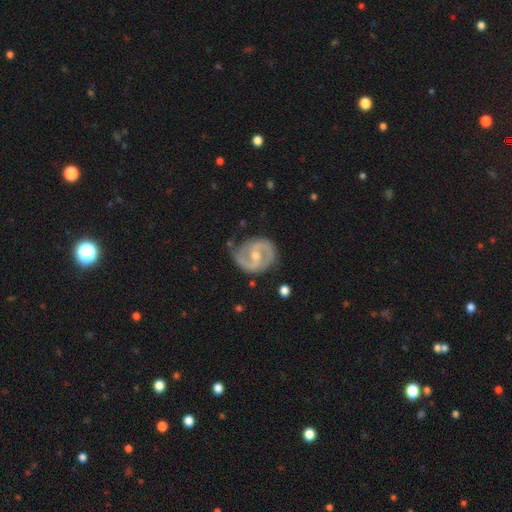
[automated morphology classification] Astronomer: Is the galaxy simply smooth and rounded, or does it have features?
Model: featured or disk — 89%.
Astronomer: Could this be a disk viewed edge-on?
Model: no — 98%.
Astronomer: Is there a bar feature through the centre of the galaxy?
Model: weak — 51% (runner-up: no, 30%).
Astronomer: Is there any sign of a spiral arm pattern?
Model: yes — 96%.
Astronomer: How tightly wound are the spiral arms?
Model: medium — 55% (runner-up: tight, 33%).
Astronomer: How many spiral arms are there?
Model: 2 — 92%.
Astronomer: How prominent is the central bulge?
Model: moderate — 61%.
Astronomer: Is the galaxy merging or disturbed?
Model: none — 76%.